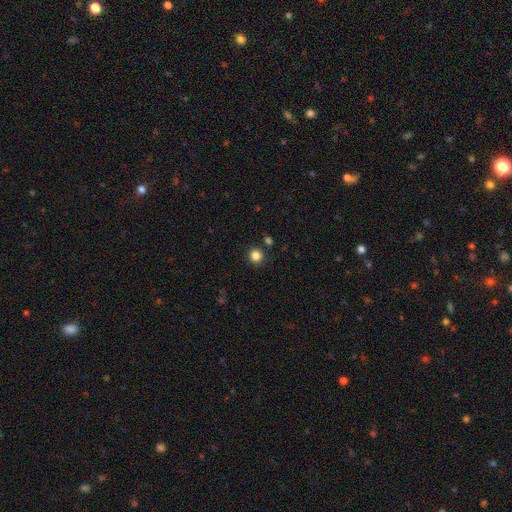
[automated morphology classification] Smooth or featured? smooth (84%)
How rounded? round (92%)
Merging? none (88%)